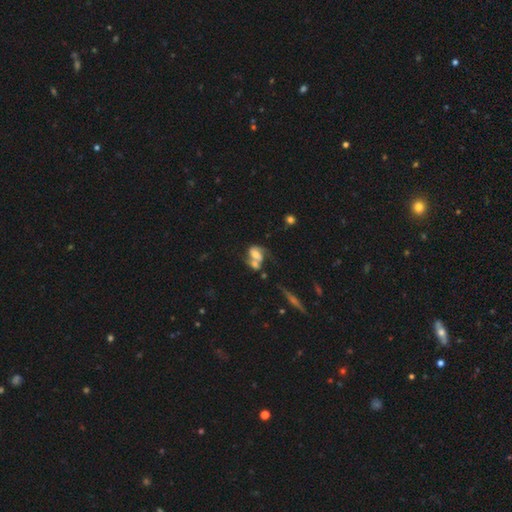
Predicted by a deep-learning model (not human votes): This is possibly a featured or disk galaxy (54%). It is clearly not viewed edge-on (94%). Bar: possibly no (56%). Spiral arm pattern: likely yes (71%). Central bulge: possibly moderate (46%). Merging: possibly merger (54%).